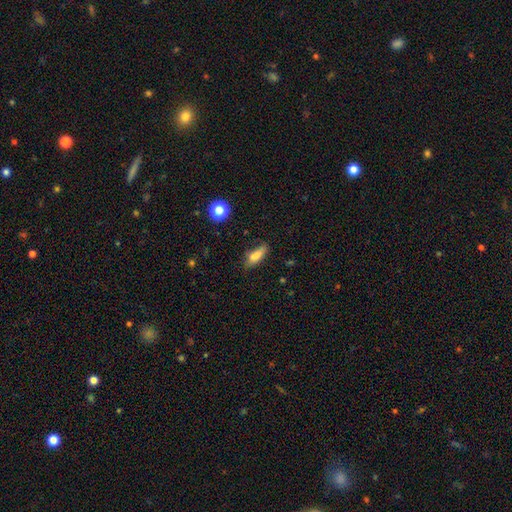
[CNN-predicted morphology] Q: Smooth or featured?
A: smooth (76%); runner-up: featured or disk (15%)
Q: How rounded?
A: in between (60%); runner-up: cigar-shaped (37%)
Q: Merging?
A: none (65%); runner-up: minor disturbance (24%)